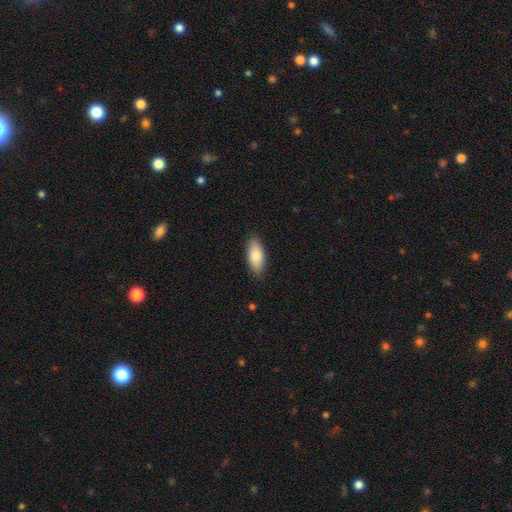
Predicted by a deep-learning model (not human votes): smooth_or_featured: smooth (p=0.82) [alt: featured or disk p=0.12]
how_rounded: in between (p=0.82) [alt: cigar-shaped p=0.15]
merging: none (p=0.87) [alt: minor disturbance p=0.10]